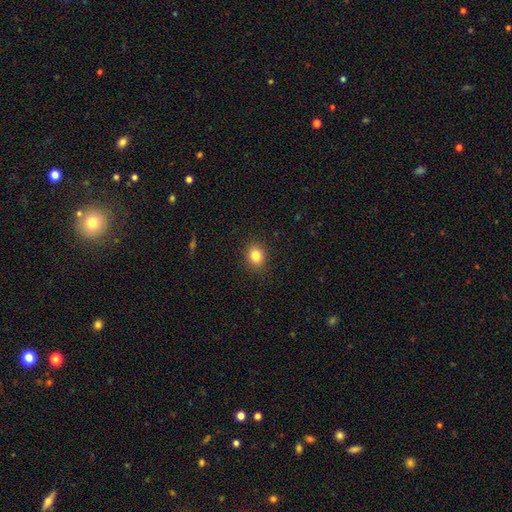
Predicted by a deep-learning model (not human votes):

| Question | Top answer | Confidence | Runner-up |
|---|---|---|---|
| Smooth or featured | smooth | 83% | star or artifact (11%) |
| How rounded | round | 64% | in between (36%) |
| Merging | none | 90% | minor disturbance (7%) |